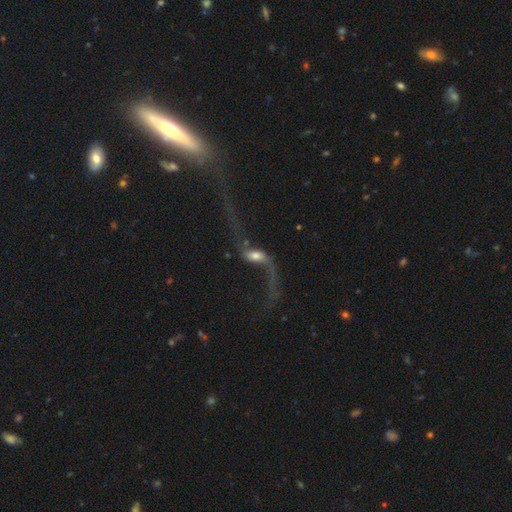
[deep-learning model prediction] Smooth or featured? Predicted: featured or disk (p=0.76). Edge-on disk? Predicted: no (p=0.86). Bar? Predicted: no (p=0.44). Spiral arms? Predicted: yes (p=0.85). Spiral winding? Predicted: loose (p=0.96). Spiral arm count? Predicted: 2 (p=0.89). Bulge size? Predicted: moderate (p=0.47). Merging? Predicted: major disturbance (p=0.40).